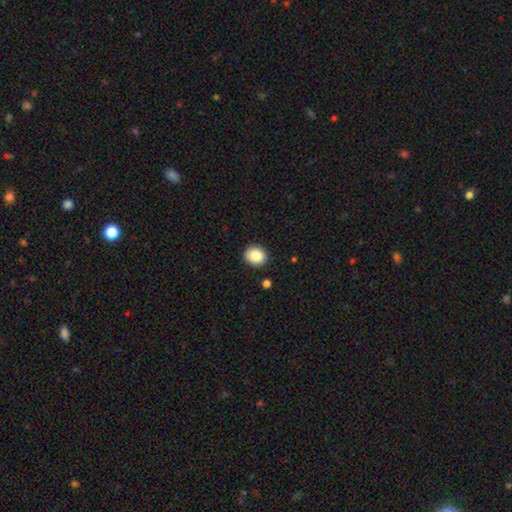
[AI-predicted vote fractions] Smooth or featured? smooth (86%)
How rounded? round (67%)
Merging? none (89%)